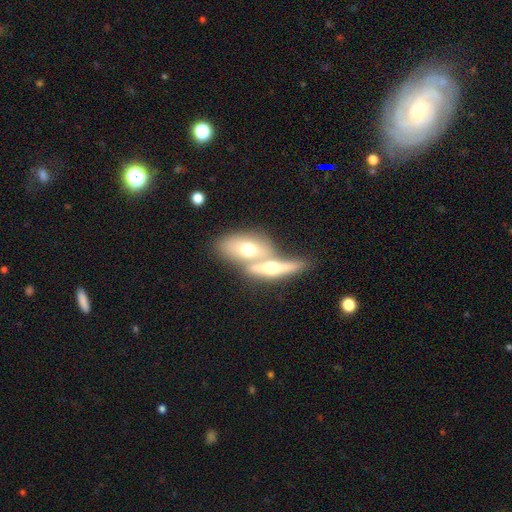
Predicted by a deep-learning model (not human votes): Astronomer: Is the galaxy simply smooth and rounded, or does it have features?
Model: featured or disk — 56% (runner-up: smooth, 36%).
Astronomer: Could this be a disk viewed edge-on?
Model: yes — 62% (runner-up: no, 38%).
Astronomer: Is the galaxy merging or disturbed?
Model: merger — 62%.